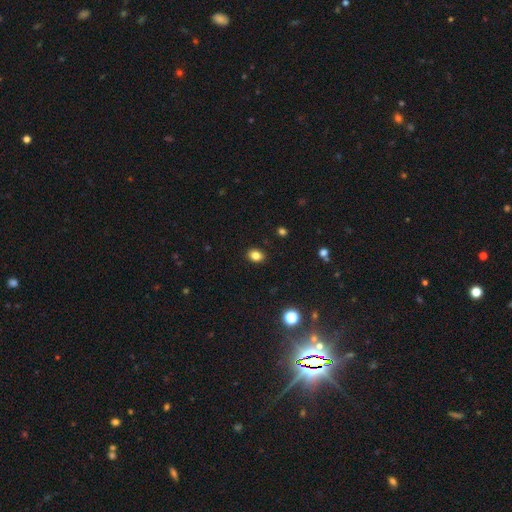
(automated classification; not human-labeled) smooth_or_featured: smooth (p=0.83) [alt: star or artifact p=0.11]
how_rounded: in between (p=0.58) [alt: round p=0.41]
merging: none (p=0.89) [alt: minor disturbance p=0.08]